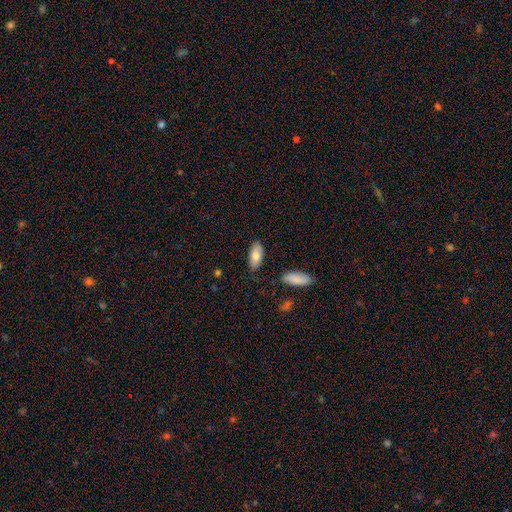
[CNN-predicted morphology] Smooth or featured?
  - smooth: 78% *
  - featured or disk: 16%
  - star or artifact: 6%
How rounded?
  - in between: 90% *
  - cigar-shaped: 8%
  - round: 2%
Merging?
  - none: 84% *
  - minor disturbance: 12%
  - major disturbance: 2%
  - merger: 2%